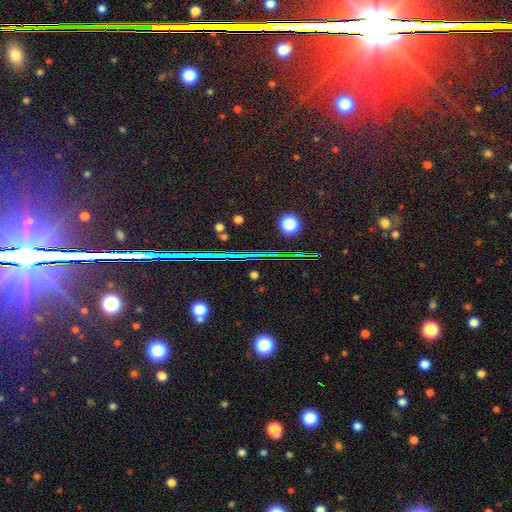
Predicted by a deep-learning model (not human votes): A star or artifact, not a galaxy (85%).